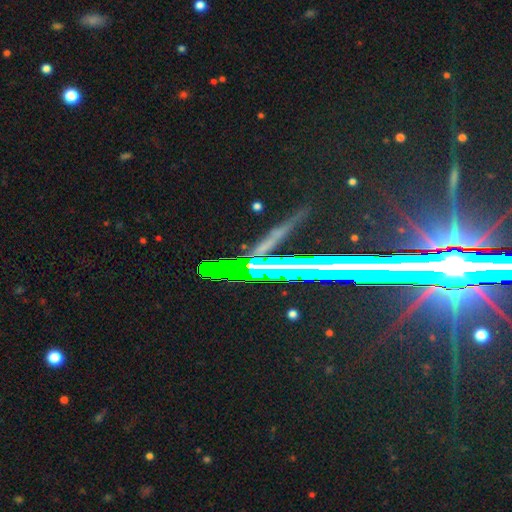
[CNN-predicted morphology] Overall: star or artifact (57%; featured or disk 32%).